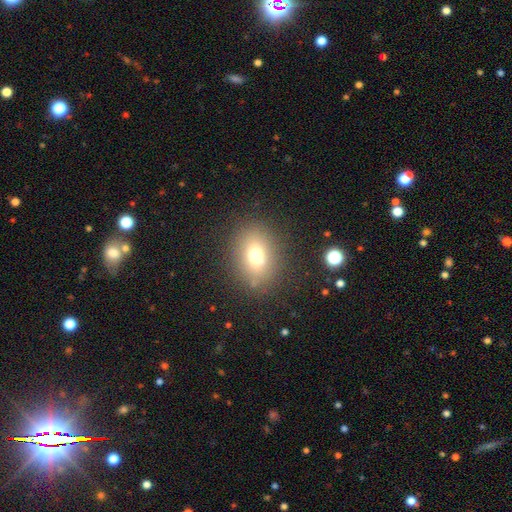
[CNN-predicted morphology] smooth 70%, star or artifact 16%, featured or disk 14%. Down the decision tree: how rounded — round (50%); merging — none (83%).